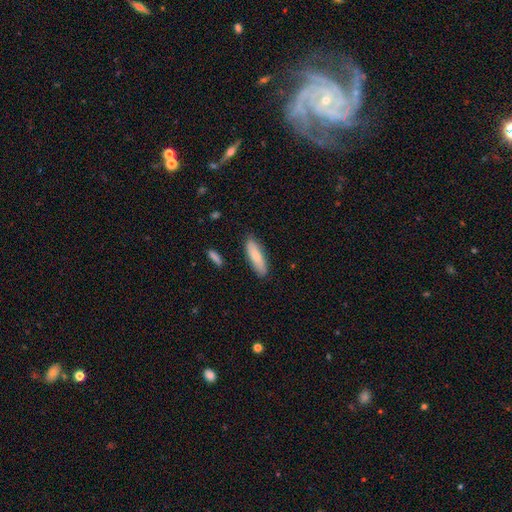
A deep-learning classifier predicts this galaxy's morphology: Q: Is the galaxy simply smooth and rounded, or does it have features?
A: smooth — 77%.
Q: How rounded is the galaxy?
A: cigar-shaped — 54%.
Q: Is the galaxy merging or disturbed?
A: none — 85%.